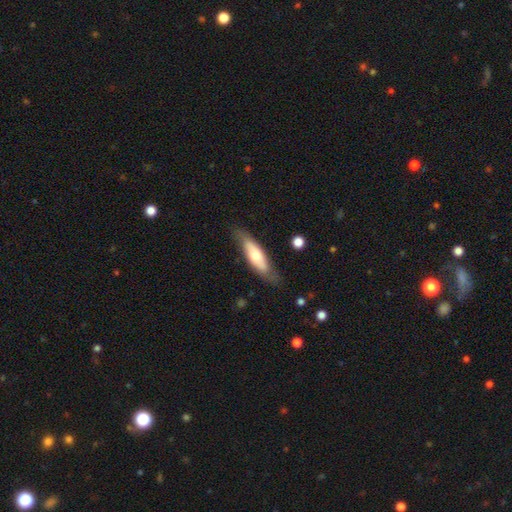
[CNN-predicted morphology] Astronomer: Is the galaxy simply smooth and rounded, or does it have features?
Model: smooth — 55% (runner-up: featured or disk, 39%).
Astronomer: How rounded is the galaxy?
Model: cigar-shaped — 51% (runner-up: in between, 47%).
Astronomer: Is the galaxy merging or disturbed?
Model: none — 76%.